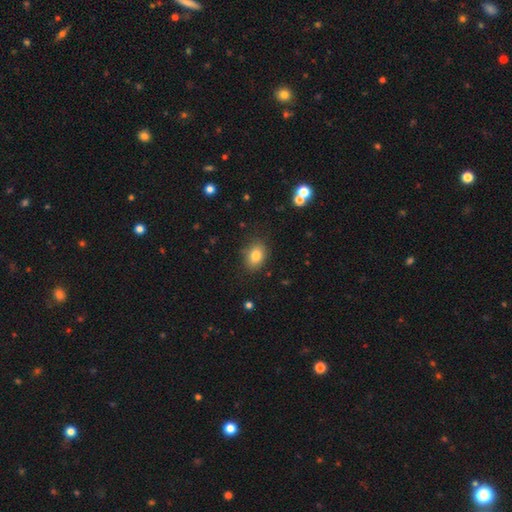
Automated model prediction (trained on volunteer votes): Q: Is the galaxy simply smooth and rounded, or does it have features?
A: smooth — 81%.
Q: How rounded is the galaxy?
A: in between — 70%.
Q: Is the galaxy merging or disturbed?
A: none — 84%.